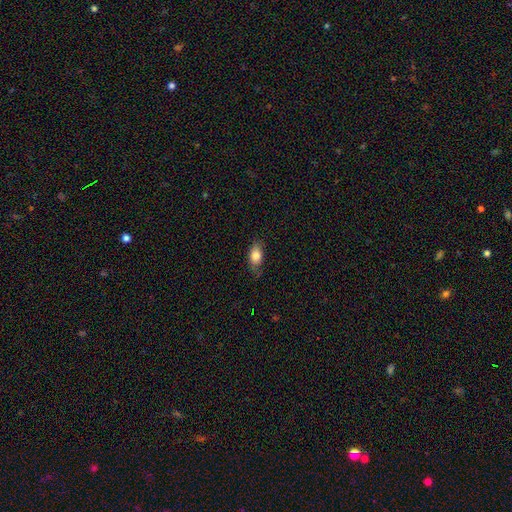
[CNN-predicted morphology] Q: Smooth or featured?
A: smooth (80%); runner-up: featured or disk (12%)
Q: How rounded?
A: in between (84%); runner-up: cigar-shaped (8%)
Q: Merging?
A: none (70%); runner-up: minor disturbance (24%)